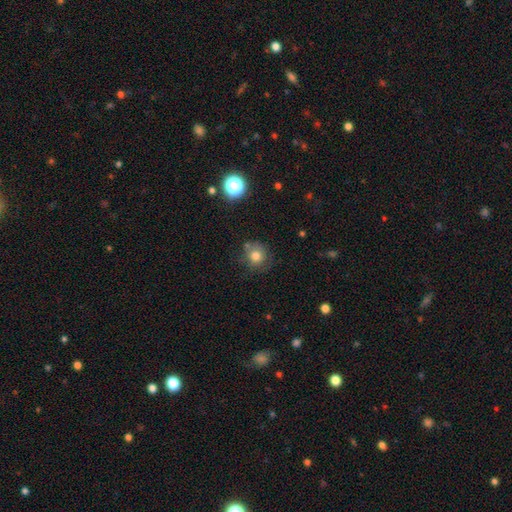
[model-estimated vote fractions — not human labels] smooth 77%, star or artifact 13%, featured or disk 11%. Down the decision tree: how rounded — round (89%); merging — none (69%).